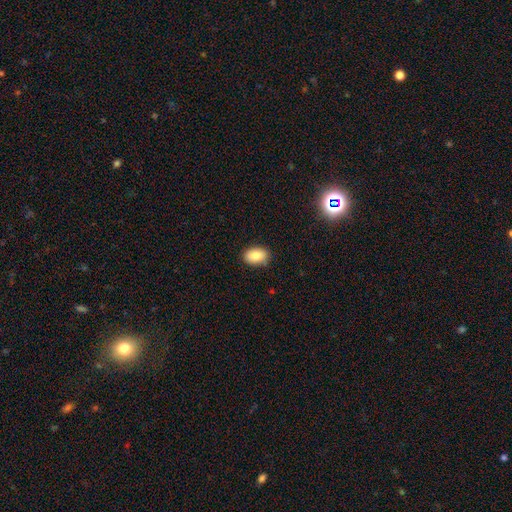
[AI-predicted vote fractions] Morphology: type=smooth (86%); roundness=in between (87%); merging=none (85%).